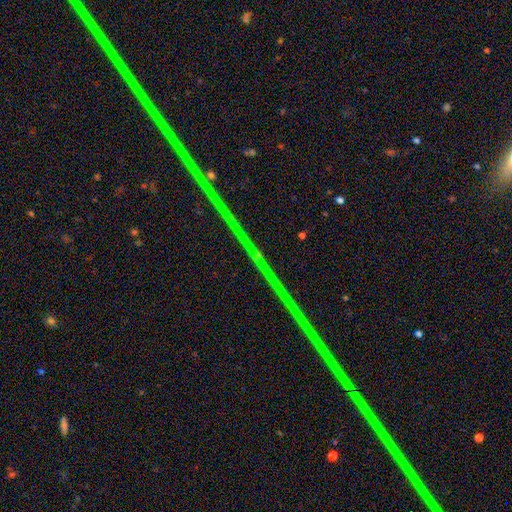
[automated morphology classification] Overall: star or artifact (89%).